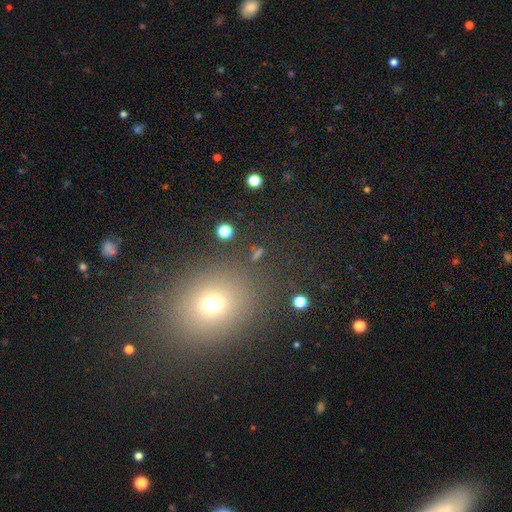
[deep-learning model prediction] Smooth or featured?
  - smooth: 60% *
  - star or artifact: 31%
  - featured or disk: 9%
How rounded?
  - round: 63% *
  - in between: 36%
  - cigar-shaped: 2%
Merging?
  - none: 84% *
  - minor disturbance: 8%
  - major disturbance: 4%
  - merger: 3%